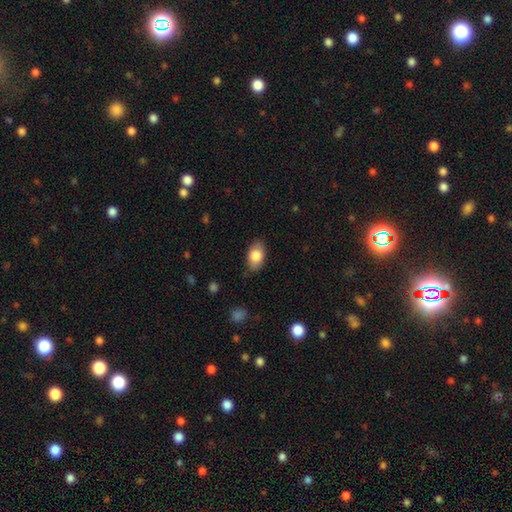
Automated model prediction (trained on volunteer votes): Smooth or featured? Predicted: smooth (p=0.81). How rounded? Predicted: in between (p=0.90). Merging? Predicted: none (p=0.83).